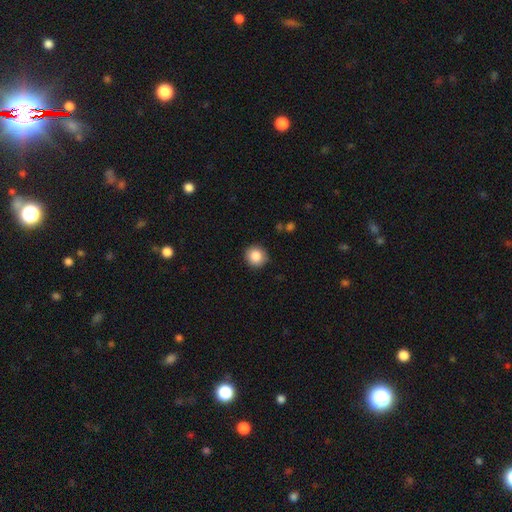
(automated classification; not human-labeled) Smooth or featured: smooth — 86% (star or artifact — 8%)
How rounded: round — 91% (in between — 9%)
Merging: none — 90% (minor disturbance — 7%)